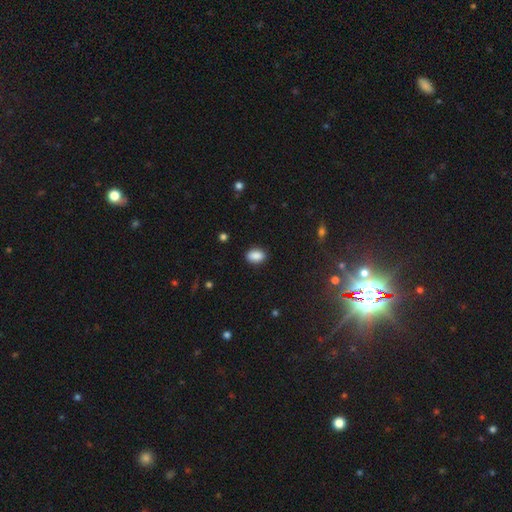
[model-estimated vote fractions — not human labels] This appears to be a smooth galaxy with no disk features (88%) that is in between round and cigar-shaped (85%). Merging: none (88%).